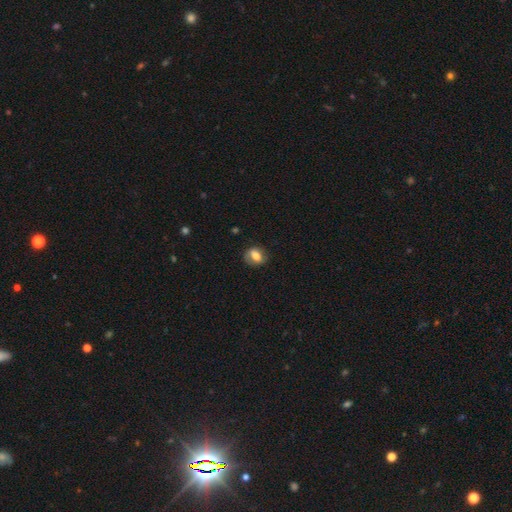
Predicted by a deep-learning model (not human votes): This appears to be a smooth galaxy with no disk features (66%) that is in between round and cigar-shaped (61%). Merging: none (70%).